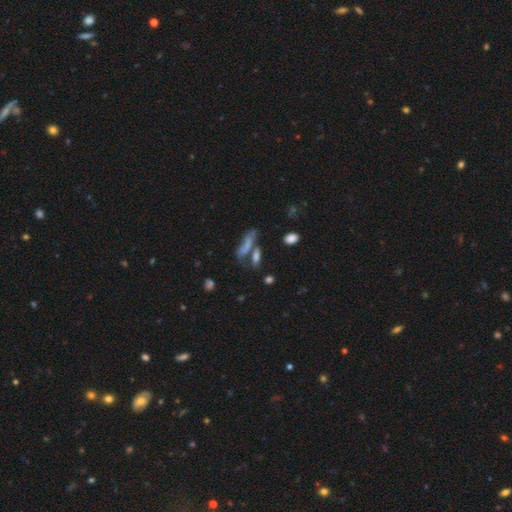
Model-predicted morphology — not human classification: This is possibly a smooth galaxy (59%). How rounded: possibly cigar-shaped (51%). Merging: marginally none (43%).